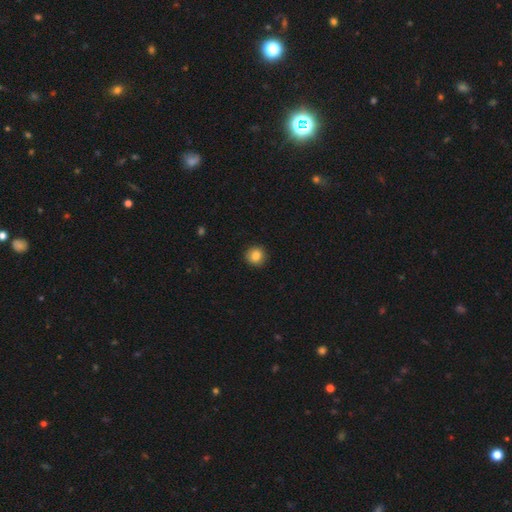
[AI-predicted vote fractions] Smooth or featured?
  - smooth: 85% *
  - star or artifact: 10%
  - featured or disk: 6%
How rounded?
  - round: 92% *
  - in between: 7%
  - cigar-shaped: 1%
Merging?
  - none: 92% *
  - minor disturbance: 6%
  - major disturbance: 2%
  - merger: 1%